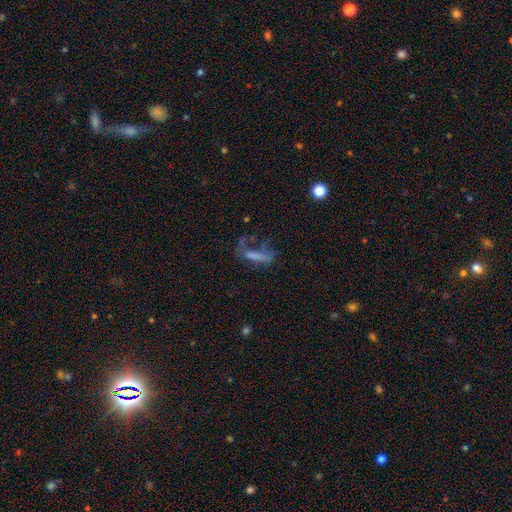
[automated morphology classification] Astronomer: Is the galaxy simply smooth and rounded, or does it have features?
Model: smooth — 48% (runner-up: featured or disk, 36%).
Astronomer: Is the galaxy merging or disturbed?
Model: major disturbance — 47% (runner-up: none, 27%).